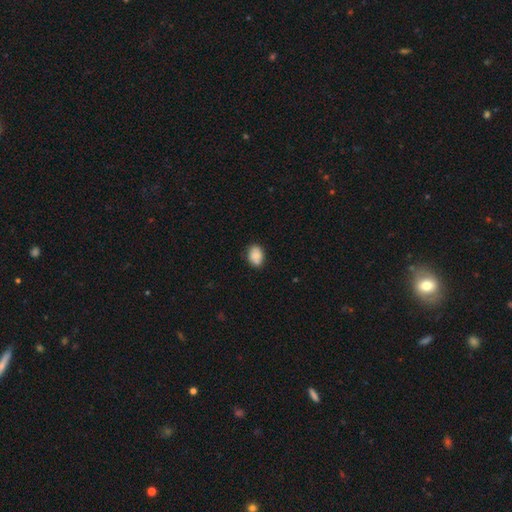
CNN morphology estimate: A smooth galaxy with no disk features (79%) that is in between round and cigar-shaped (65%).

Vote fractions:
- Smooth or featured? smooth: 79% / featured or disk: 12% / star or artifact: 9%
- How rounded? in between: 65% / round: 33% / cigar-shaped: 1%
- Merging? none: 68% / minor disturbance: 20% / merger: 8% / major disturbance: 4%